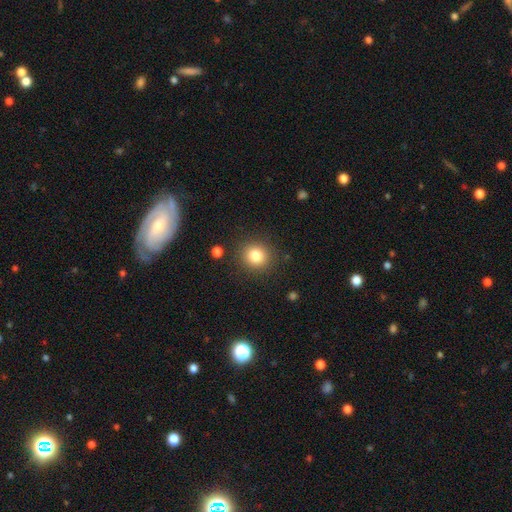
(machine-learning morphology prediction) Smooth or featured: smooth — 81% (star or artifact — 12%)
How rounded: round — 88% (in between — 11%)
Merging: none — 88% (minor disturbance — 7%)